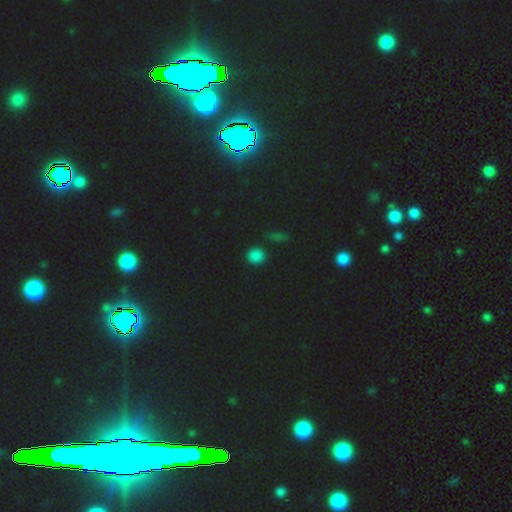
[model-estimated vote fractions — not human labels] Smooth or featured?
  - smooth: 73% *
  - star or artifact: 23%
  - featured or disk: 4%
How rounded?
  - round: 86% *
  - in between: 12%
  - cigar-shaped: 2%
Merging?
  - none: 88% *
  - minor disturbance: 7%
  - merger: 3%
  - major disturbance: 2%